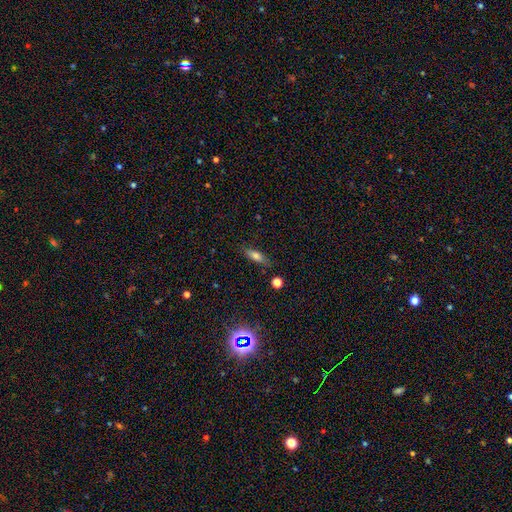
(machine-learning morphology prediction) Smooth or featured: smooth — 71% (featured or disk — 18%)
How rounded: in between — 55% (cigar-shaped — 41%)
Merging: none — 80% (minor disturbance — 15%)